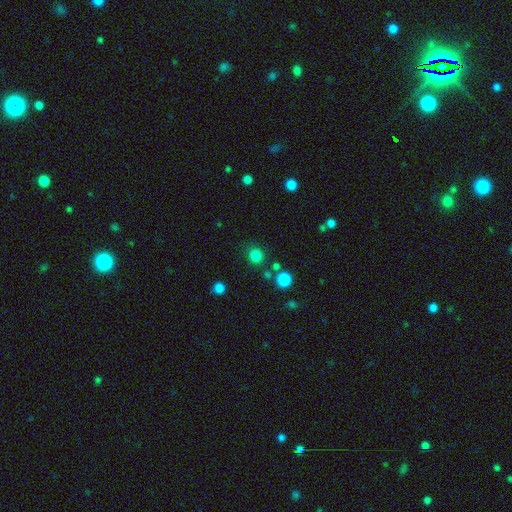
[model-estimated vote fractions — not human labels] Morphology: type=smooth (81%); roundness=round (89%); merging=none (82%).